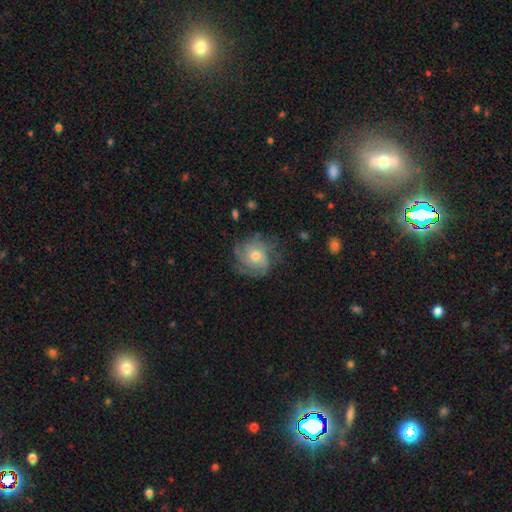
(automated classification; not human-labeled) A featured or disk galaxy (71%) with no bar (79%), tight (54%) spiral arms (91%) and a moderate central bulge (57%). Merging: none (71%).